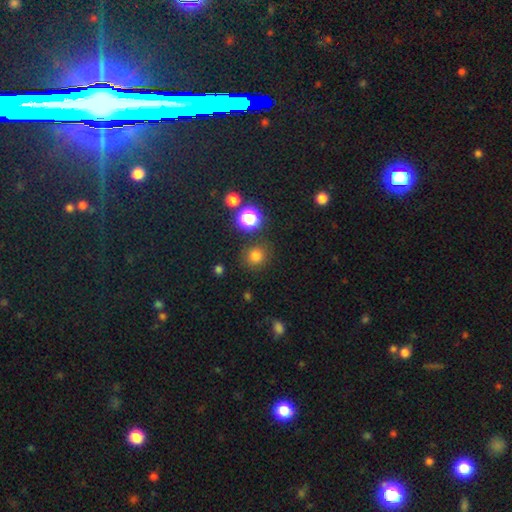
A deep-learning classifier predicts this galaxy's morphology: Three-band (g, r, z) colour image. It shows a smooth galaxy with no disk features (76%) that is round (90%). Merging: none (83%).